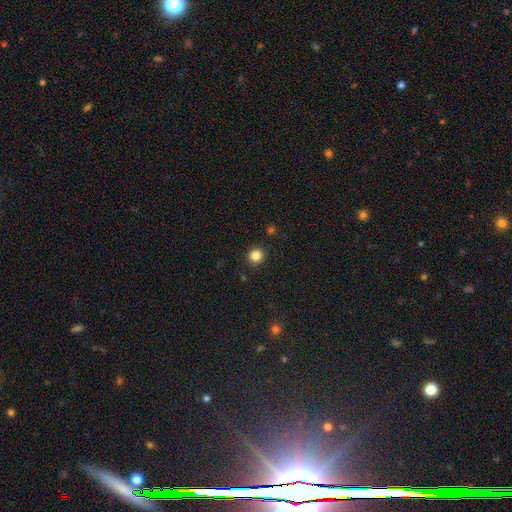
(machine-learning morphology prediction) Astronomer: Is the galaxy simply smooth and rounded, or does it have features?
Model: smooth — 85%.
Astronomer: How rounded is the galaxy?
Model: round — 93%.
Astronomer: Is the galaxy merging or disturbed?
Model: none — 92%.